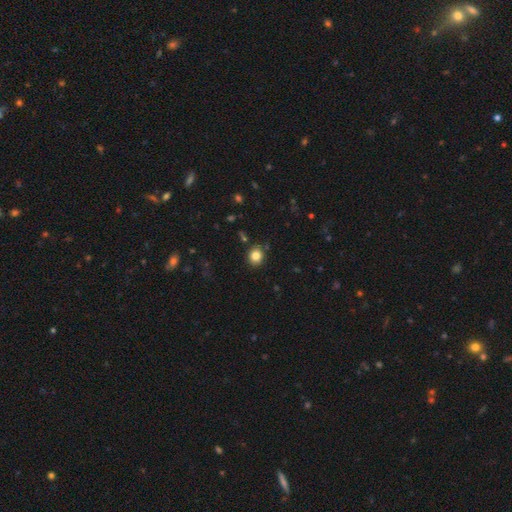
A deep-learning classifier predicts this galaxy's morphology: smooth_or_featured: smooth (p=0.82) [alt: star or artifact p=0.11]
how_rounded: round (p=0.76) [alt: in between p=0.23]
merging: none (p=0.86) [alt: minor disturbance p=0.09]